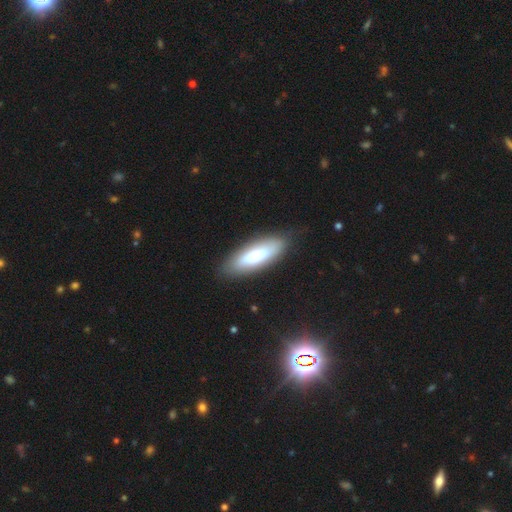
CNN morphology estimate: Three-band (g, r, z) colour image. It shows a smooth galaxy with no disk features (76%) that is in between round and cigar-shaped (61%). Merging: none (81%).